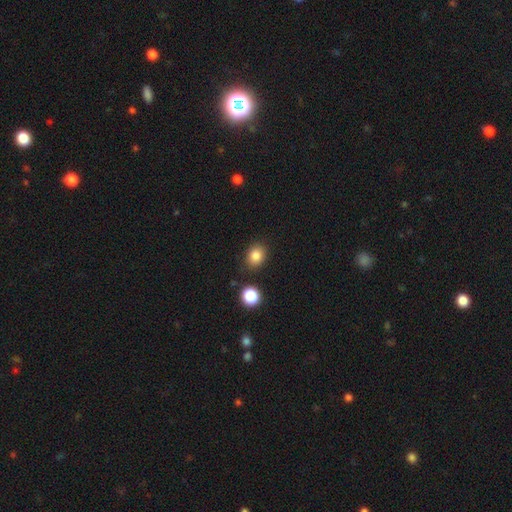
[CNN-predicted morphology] A smooth galaxy with no disk features (84%) that is round (51%).

Vote fractions:
- Smooth or featured? smooth: 84% / star or artifact: 11% / featured or disk: 5%
- How rounded? round: 51% / in between: 48% / cigar-shaped: 1%
- Merging? none: 82% / minor disturbance: 10% / merger: 4% / major disturbance: 3%